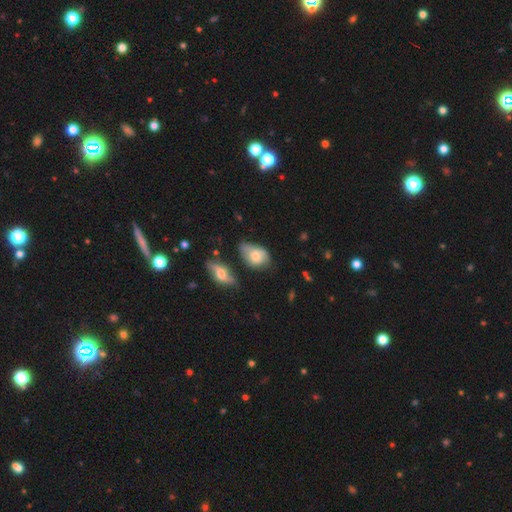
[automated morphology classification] The model was most divided on "merging": minor disturbance: 38%, none: 36%, major disturbance: 17%, merger: 9%. More confident: how rounded — in between (74%); smooth or featured — smooth (61%).